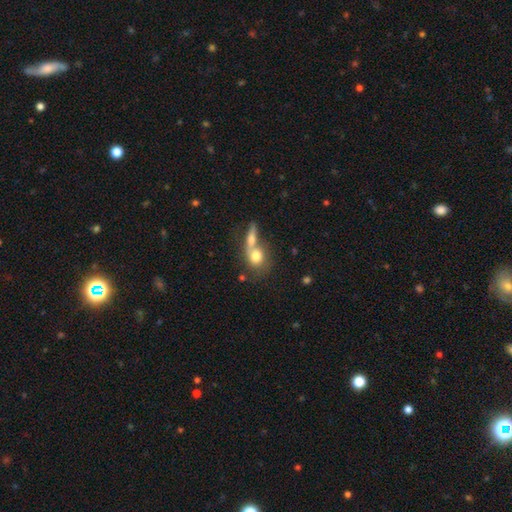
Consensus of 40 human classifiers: Q: Smooth or featured?
A: smooth (78%); runner-up: featured or disk (20%)
Q: How rounded?
A: round (71%); runner-up: in between (19%)
Q: Merging?
A: merger (59%); runner-up: none (28%)